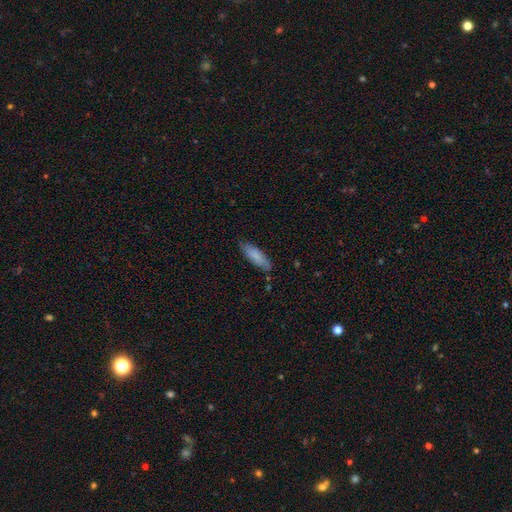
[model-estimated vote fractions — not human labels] A smooth galaxy with no disk features (78%) that is in between round and cigar-shaped (53%). Merging: none (77%).